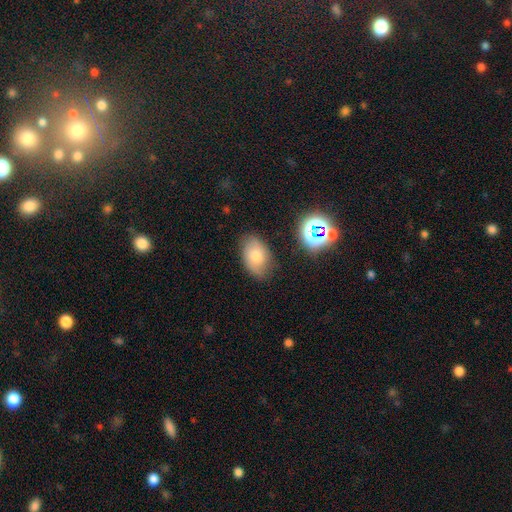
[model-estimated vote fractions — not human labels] smooth-or-featured: smooth: 70% | featured or disk: 18% | star or artifact: 12%
  how-rounded: in between: 88% | round: 11% | cigar-shaped: 1%
  merging: none: 79% | minor disturbance: 16% | major disturbance: 4% | merger: 2%